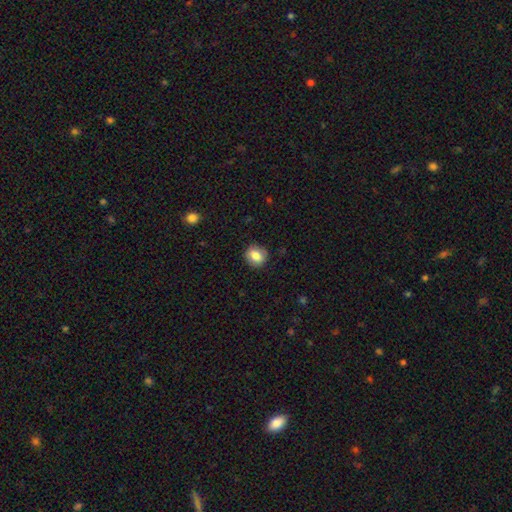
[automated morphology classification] type=smooth (78%); roundness=round (69%); merging=none (84%).